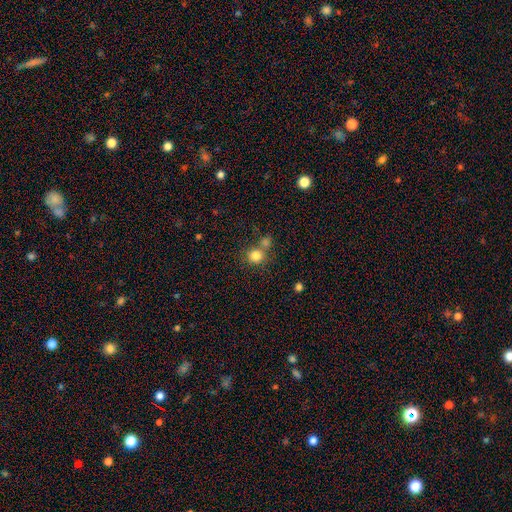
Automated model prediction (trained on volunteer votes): This appears to be a smooth galaxy with no disk features (81%) that is round (86%). Merging: none (59%).